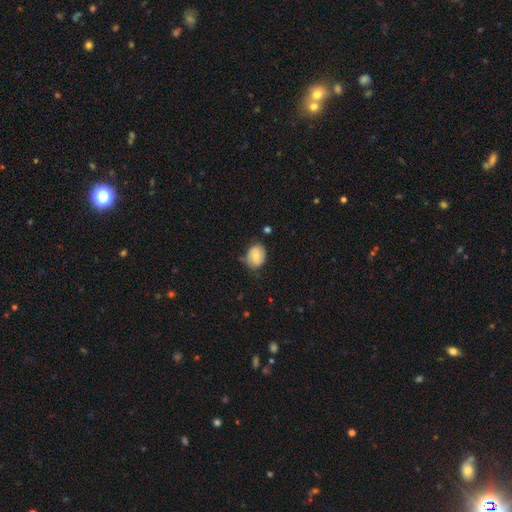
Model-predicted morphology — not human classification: Q: Smooth or featured?
A: smooth (66%); runner-up: featured or disk (27%)
Q: How rounded?
A: in between (53%); runner-up: round (46%)
Q: Merging?
A: none (61%); runner-up: minor disturbance (30%)